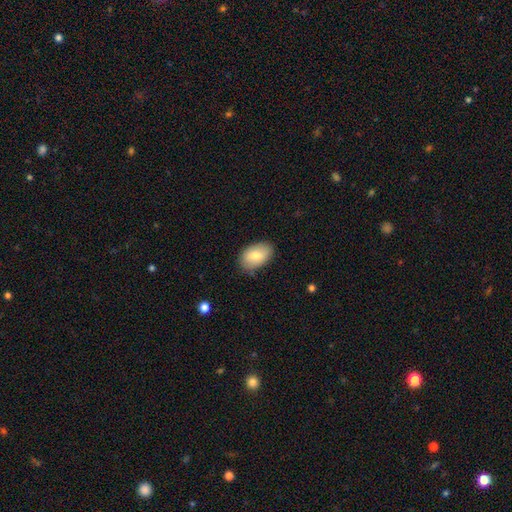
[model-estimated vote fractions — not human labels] A smooth galaxy with no disk features (78%) that is in between round and cigar-shaped (91%). Merging: none (81%).